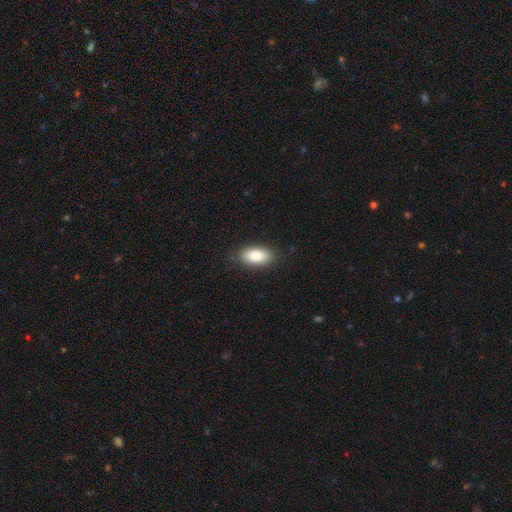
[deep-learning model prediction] A smooth galaxy with no disk features (86%) that is in between round and cigar-shaped (92%).

Vote fractions:
- Smooth or featured? smooth: 86% / featured or disk: 8% / star or artifact: 7%
- How rounded? in between: 92% / cigar-shaped: 4% / round: 4%
- Merging? none: 87% / minor disturbance: 10% / major disturbance: 2% / merger: 1%